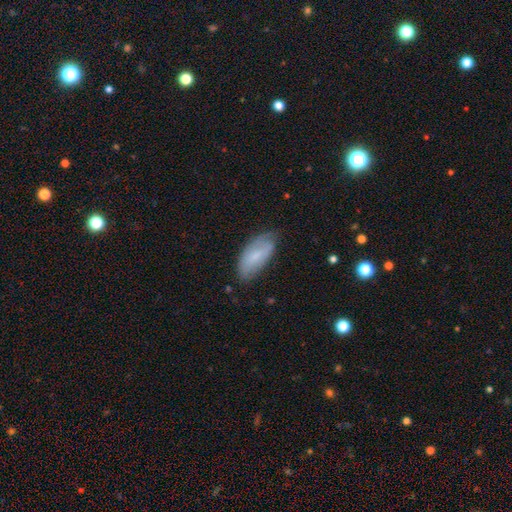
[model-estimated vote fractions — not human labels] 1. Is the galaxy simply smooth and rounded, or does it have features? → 63% smooth, 30% featured or disk, 7% star or artifact.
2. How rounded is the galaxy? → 88% in between, 10% cigar-shaped, 2% round.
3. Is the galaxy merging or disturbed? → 66% none, 27% minor disturbance, 6% major disturbance, 2% merger.